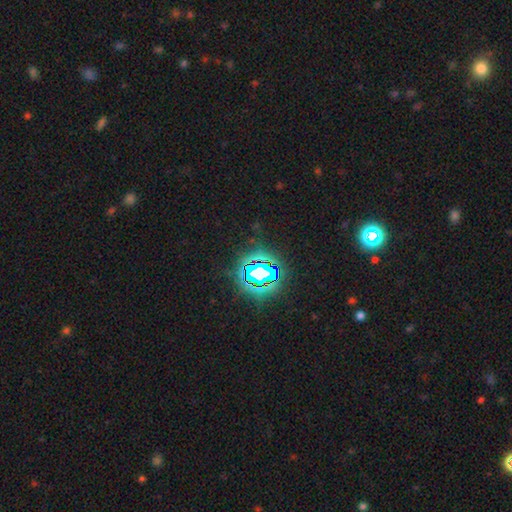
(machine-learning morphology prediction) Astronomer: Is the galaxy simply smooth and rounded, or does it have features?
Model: star or artifact — 82%.